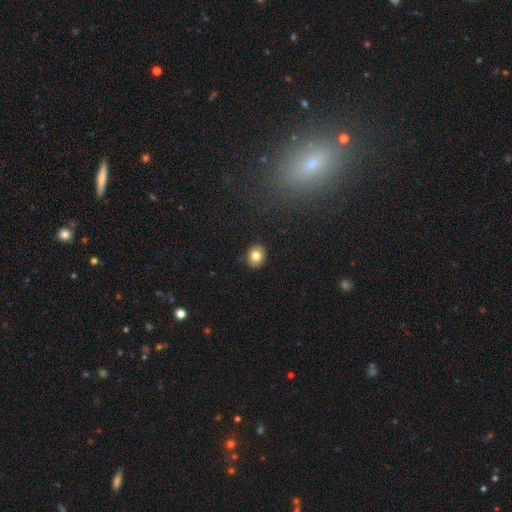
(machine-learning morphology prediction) smooth-or-featured: smooth: 80% | featured or disk: 10% | star or artifact: 10%
  how-rounded: round: 66% | in between: 33% | cigar-shaped: 1%
  merging: none: 88% | minor disturbance: 9% | major disturbance: 2% | merger: 1%